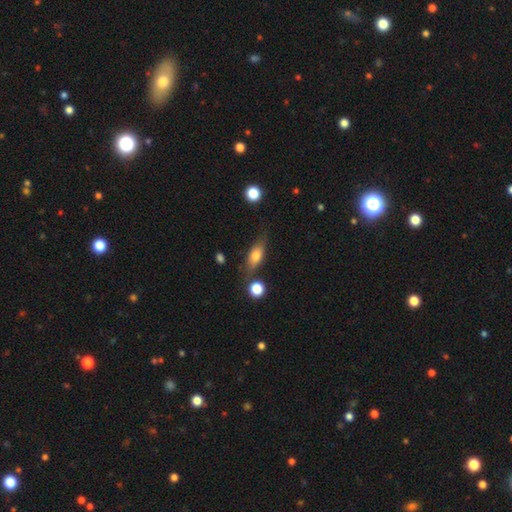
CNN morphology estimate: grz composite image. It shows a smooth galaxy with no disk features (72%) that is in between round and cigar-shaped (74%). Merging: none (68%).